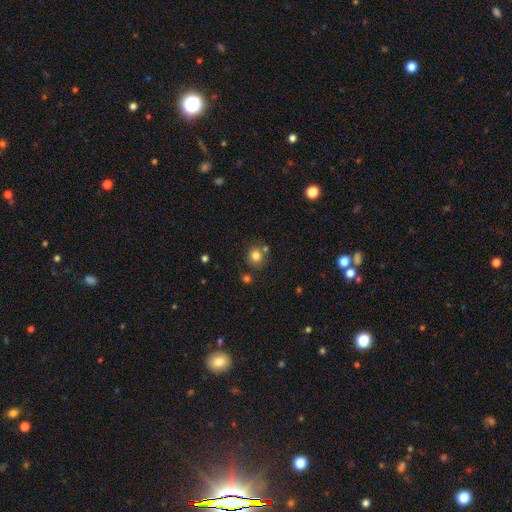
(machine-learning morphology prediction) A smooth galaxy with no disk features (80%) that is round (88%). Merging: none (71%).